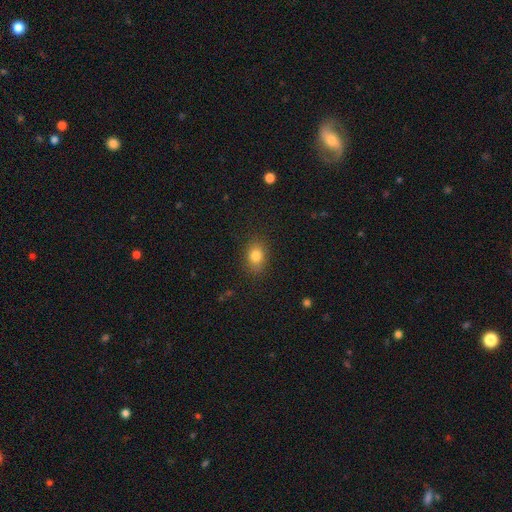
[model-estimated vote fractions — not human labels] Smooth or featured: smooth — 81% (star or artifact — 10%)
How rounded: in between — 67% (round — 31%)
Merging: none — 84% (minor disturbance — 11%)